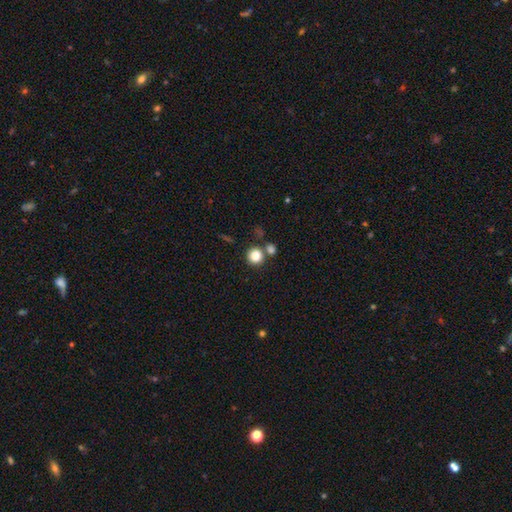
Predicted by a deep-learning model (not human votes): Morphology: type=smooth (84%); roundness=round (91%); merging=none (72%).